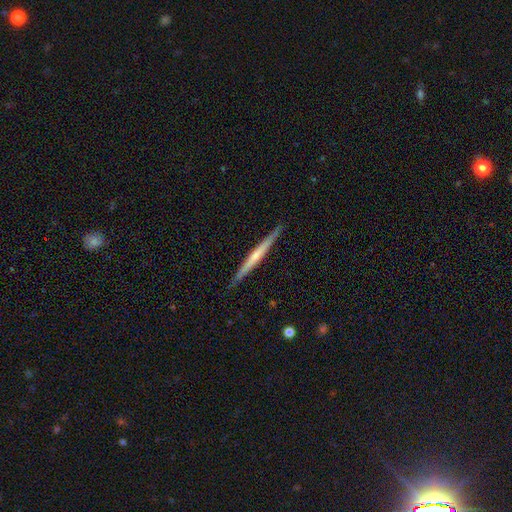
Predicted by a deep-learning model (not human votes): A featured or disk galaxy (63%) viewed edge-on (98%) with no central bulge (58%). Merging: none (90%).